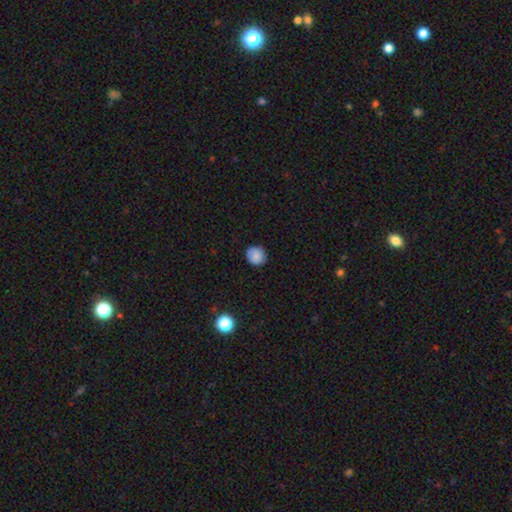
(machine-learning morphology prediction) A smooth galaxy with no disk features (85%) that is round (89%). Merging: none (86%).